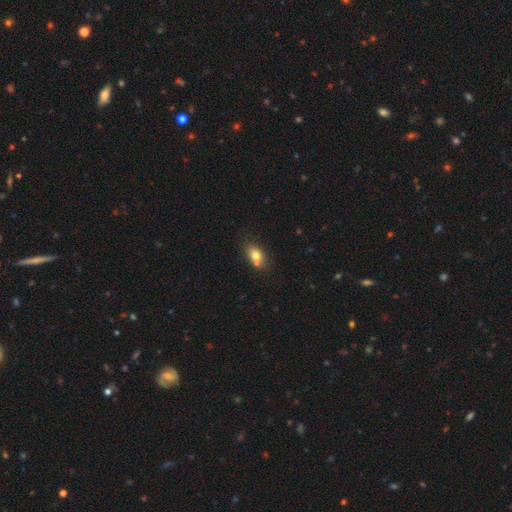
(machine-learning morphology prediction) Smooth or featured?
  - smooth: 75% *
  - featured or disk: 15%
  - star or artifact: 10%
How rounded?
  - in between: 73% *
  - round: 25%
  - cigar-shaped: 2%
Merging?
  - none: 53% *
  - merger: 29%
  - minor disturbance: 14%
  - major disturbance: 4%